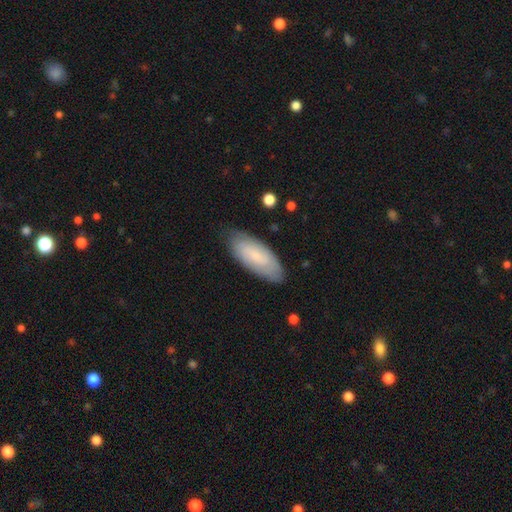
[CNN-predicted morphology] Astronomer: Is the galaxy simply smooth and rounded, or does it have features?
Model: smooth — 67%.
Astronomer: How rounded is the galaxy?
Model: in between — 79%.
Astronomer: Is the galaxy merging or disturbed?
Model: none — 78%.